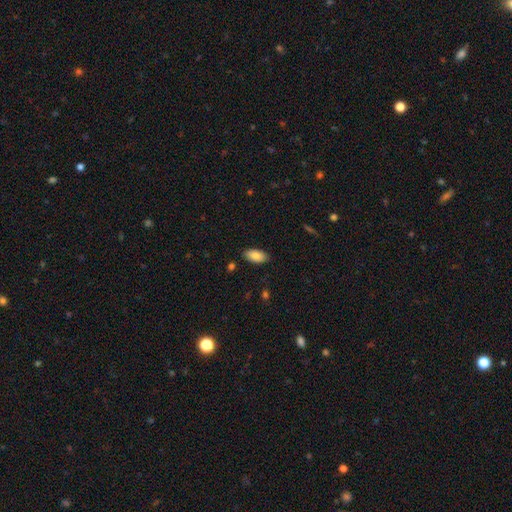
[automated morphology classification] Smooth or featured? smooth (84%)
How rounded? in between (94%)
Merging? none (86%)